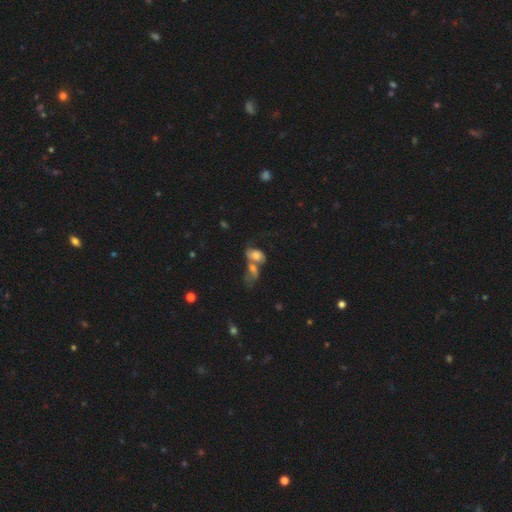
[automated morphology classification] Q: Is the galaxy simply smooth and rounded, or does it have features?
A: smooth — 62%.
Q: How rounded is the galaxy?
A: in between — 84%.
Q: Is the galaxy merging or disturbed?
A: merger — 66%.